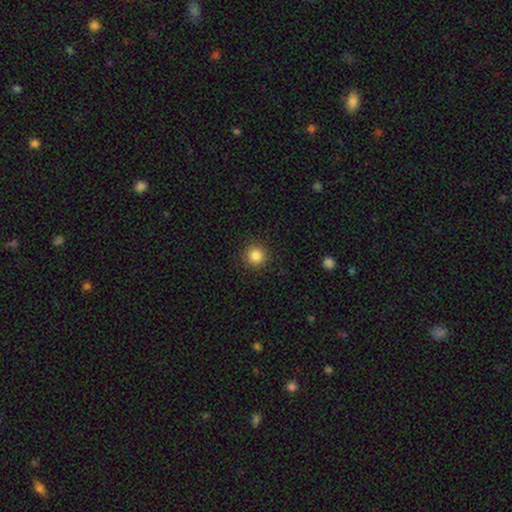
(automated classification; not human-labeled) A smooth galaxy with no disk features (86%) that is round (94%).

Vote fractions:
- Smooth or featured? smooth: 86% / star or artifact: 10% / featured or disk: 4%
- How rounded? round: 94% / in between: 5% / cigar-shaped: 1%
- Merging? none: 91% / minor disturbance: 6% / major disturbance: 2% / merger: 1%